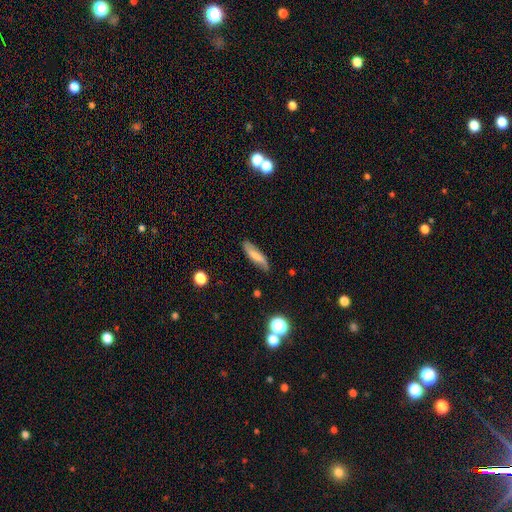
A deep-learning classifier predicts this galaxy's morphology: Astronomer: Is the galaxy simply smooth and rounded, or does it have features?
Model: smooth — 60%.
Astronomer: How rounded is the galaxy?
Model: cigar-shaped — 66%.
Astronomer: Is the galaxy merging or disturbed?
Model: none — 76%.